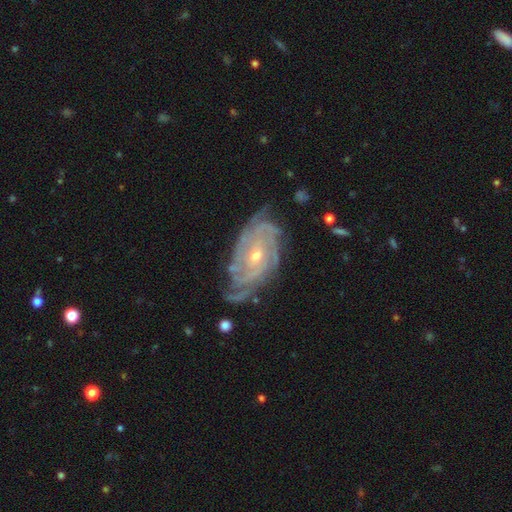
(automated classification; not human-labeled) Smooth or featured? featured or disk (89%)
Edge-on disk? no (95%)
Bar? no (62%)
Spiral arms? yes (97%)
Spiral winding? tight (72%)
Spiral arm count? can't tell (28%)
Bulge size? small (57%)
Merging? none (69%)